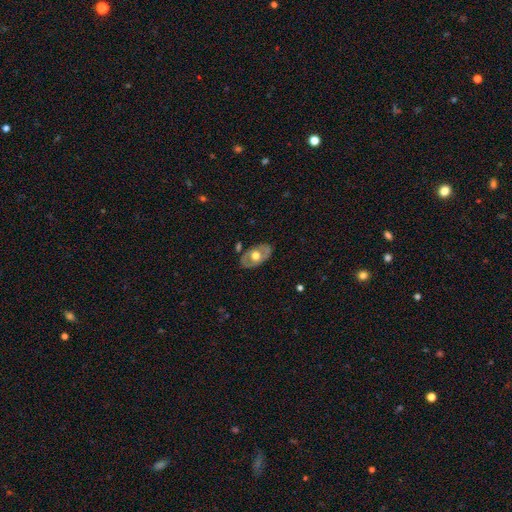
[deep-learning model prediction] A featured or disk galaxy (55%).

Vote fractions:
- Smooth or featured? featured or disk: 55% / smooth: 39% / star or artifact: 5%
- Edge-on disk? no: 87% / yes: 13%
- Merging? none: 80% / minor disturbance: 14% / major disturbance: 4% / merger: 2%